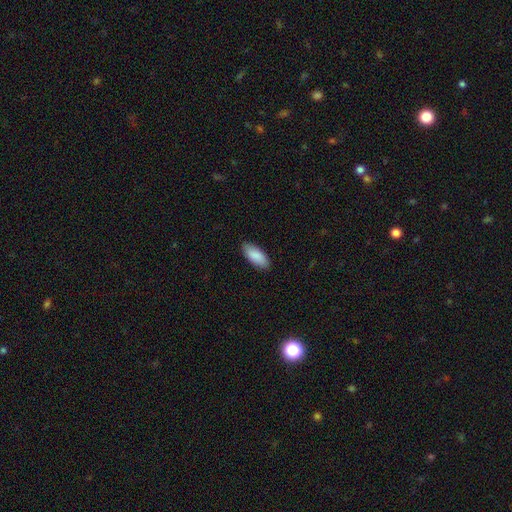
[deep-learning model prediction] Smooth or featured: smooth — 90% (star or artifact — 5%)
How rounded: in between — 85% (cigar-shaped — 13%)
Merging: none — 88% (minor disturbance — 9%)